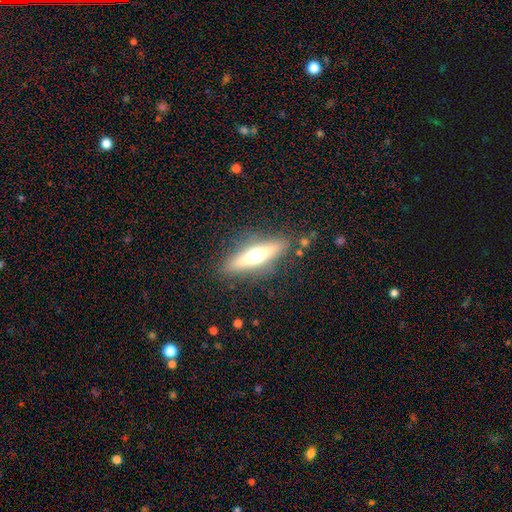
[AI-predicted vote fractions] This appears to be a featured or disk galaxy (61%) viewed edge-on (91%) with a rounded central bulge (95%). Merging: none (86%).